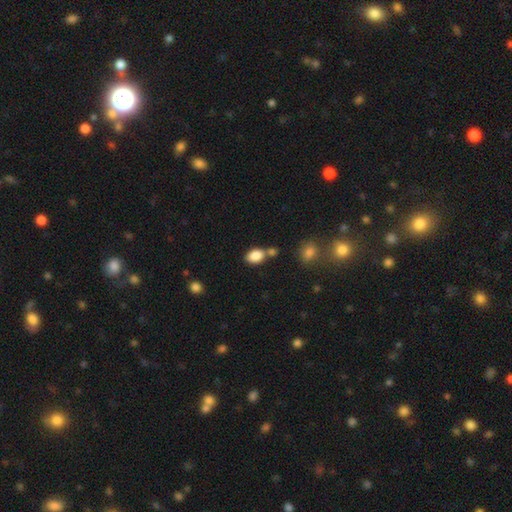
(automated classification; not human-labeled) Q: Smooth or featured?
A: smooth (86%); runner-up: star or artifact (8%)
Q: How rounded?
A: in between (85%); runner-up: round (13%)
Q: Merging?
A: none (60%); runner-up: merger (22%)